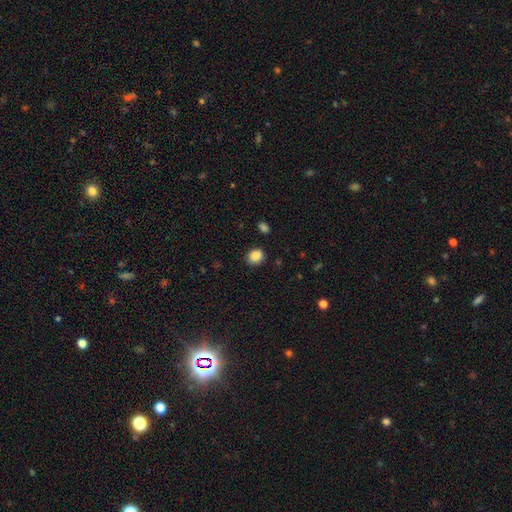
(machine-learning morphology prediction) This is clearly a smooth galaxy (87%). How rounded: likely round (70%). Merging: clearly none (81%).